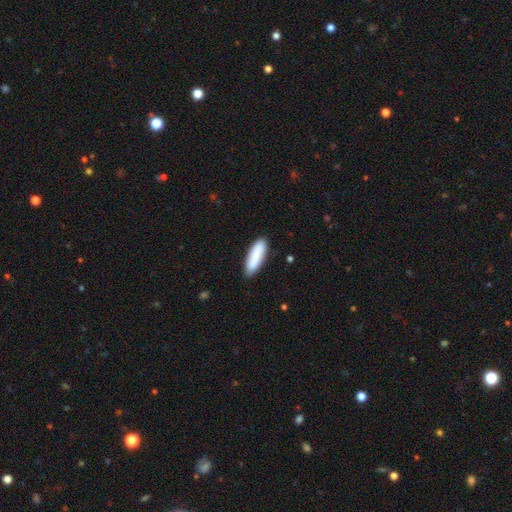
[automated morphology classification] A smooth galaxy with no disk features (86%) that is in between round and cigar-shaped (54%).

Vote fractions:
- Smooth or featured? smooth: 86% / featured or disk: 9% / star or artifact: 6%
- How rounded? in between: 54% / cigar-shaped: 44% / round: 2%
- Merging? none: 85% / minor disturbance: 12% / major disturbance: 2% / merger: 2%